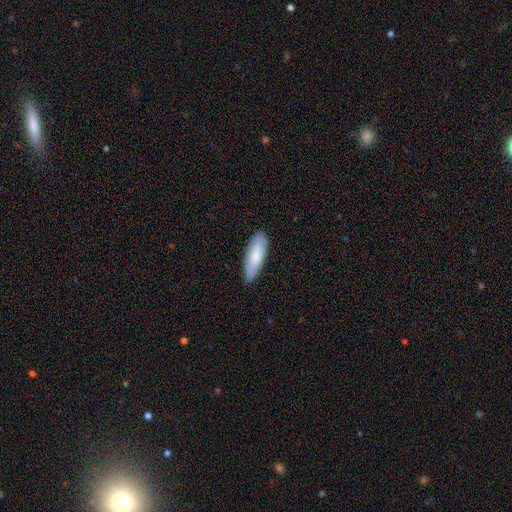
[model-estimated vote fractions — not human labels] Smooth or featured? Predicted: smooth (p=0.77). How rounded? Predicted: in between (p=0.60). Merging? Predicted: none (p=0.81).